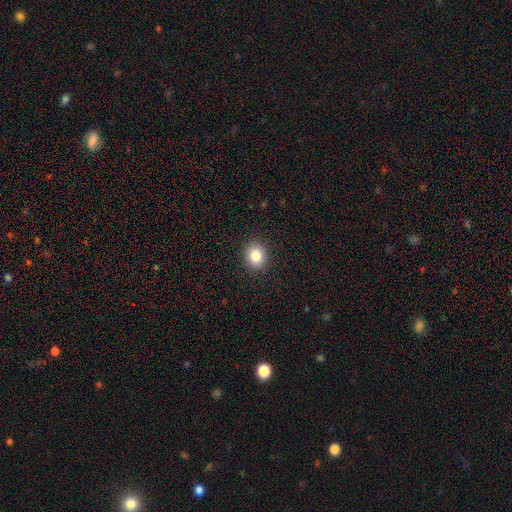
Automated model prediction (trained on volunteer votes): smooth_or_featured: smooth (p=0.84) [alt: star or artifact p=0.10]
how_rounded: round (p=0.71) [alt: in between p=0.28]
merging: none (p=0.91) [alt: minor disturbance p=0.06]